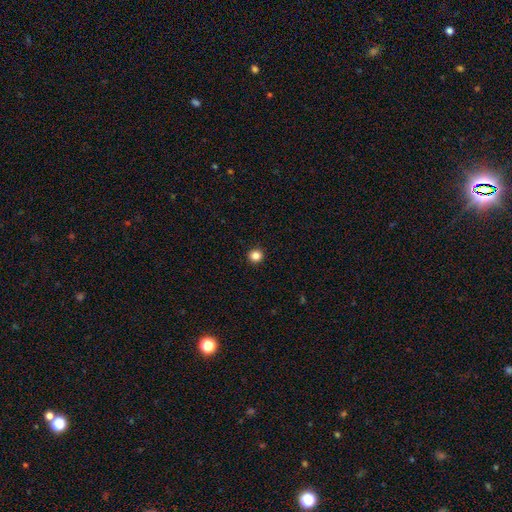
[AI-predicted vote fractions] Overall: smooth (85%). How rounded: round (94%). Merging: none (94%).